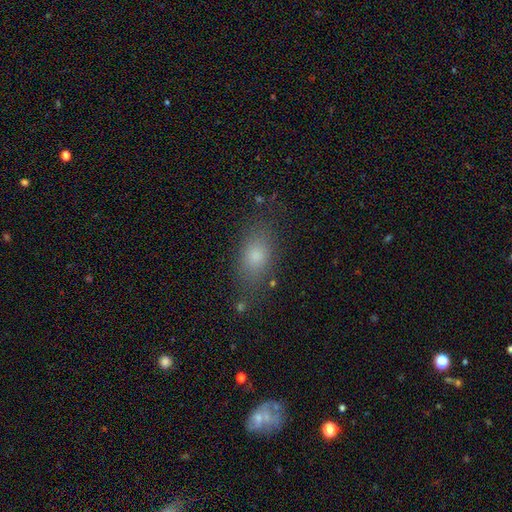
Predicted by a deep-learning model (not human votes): A smooth galaxy with no disk features (78%) that is in between round and cigar-shaped (82%). Merging: none (78%).